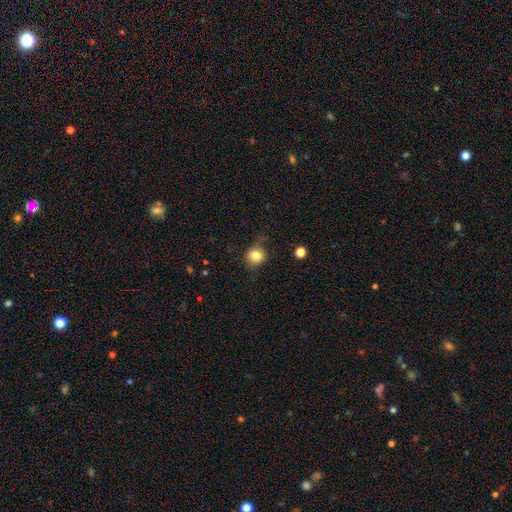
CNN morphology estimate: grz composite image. It shows a smooth galaxy with no disk features (79%) that is round (73%). Merging: none (64%).